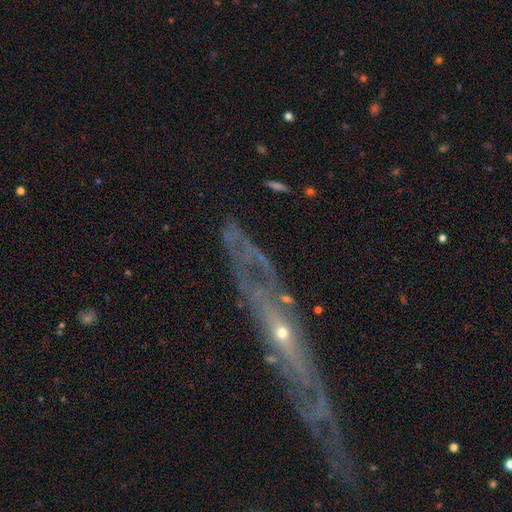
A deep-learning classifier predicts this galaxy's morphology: Q: Smooth or featured?
A: featured or disk (81%); runner-up: smooth (10%)
Q: Edge-on disk?
A: no (58%); runner-up: yes (42%)
Q: Merging?
A: none (72%); runner-up: minor disturbance (17%)